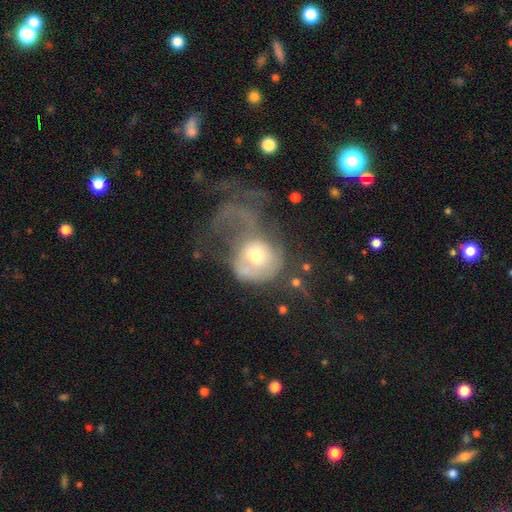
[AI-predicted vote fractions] This appears to be a smooth galaxy with no disk features (46%). Merging: major disturbance (63%).